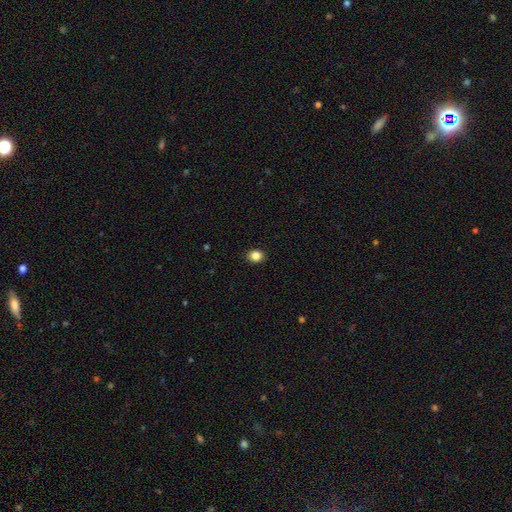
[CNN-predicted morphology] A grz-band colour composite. It shows a smooth galaxy with no disk features (85%) that is round (68%). Merging: none (91%).